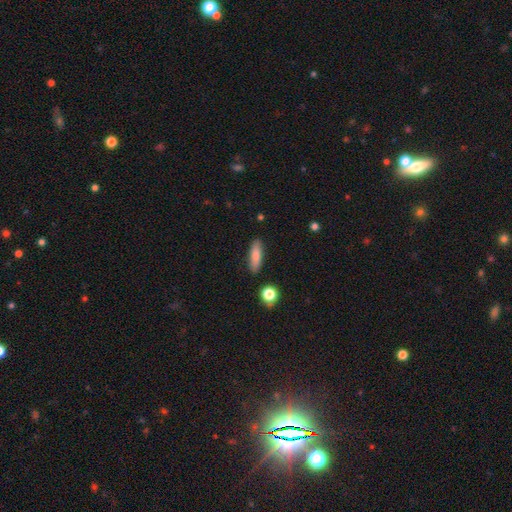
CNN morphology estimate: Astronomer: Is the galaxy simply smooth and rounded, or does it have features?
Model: smooth — 83%.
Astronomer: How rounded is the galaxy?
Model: cigar-shaped — 54% (runner-up: in between, 43%).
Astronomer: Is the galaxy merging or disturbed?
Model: none — 87%.